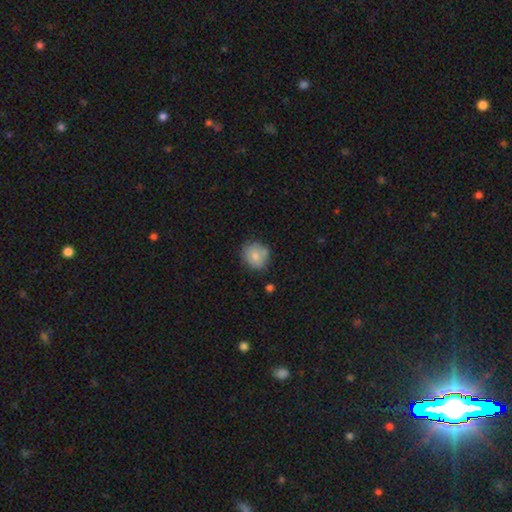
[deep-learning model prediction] This is likely a smooth galaxy (76%). How rounded: likely round (77%). Merging: likely none (68%).